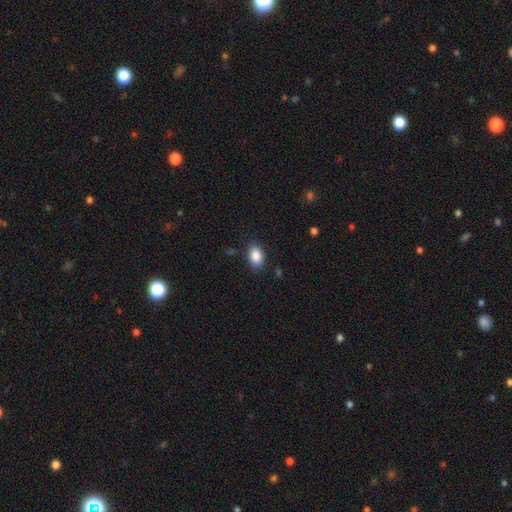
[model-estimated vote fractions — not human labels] A smooth galaxy with no disk features (88%) that is in between round and cigar-shaped (86%).

Vote fractions:
- Smooth or featured? smooth: 88% / star or artifact: 8% / featured or disk: 4%
- How rounded? in between: 86% / round: 13% / cigar-shaped: 1%
- Merging? none: 85% / minor disturbance: 10% / major disturbance: 3% / merger: 1%